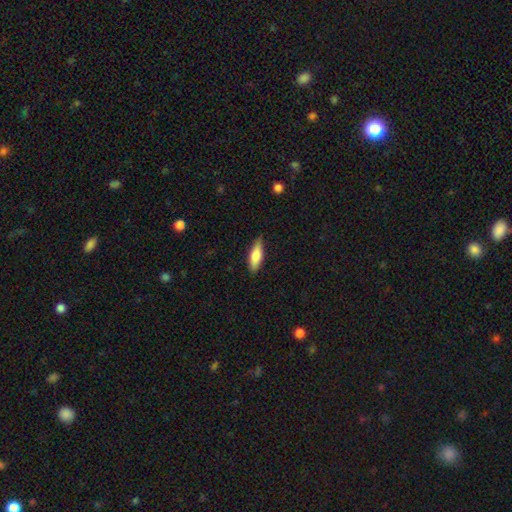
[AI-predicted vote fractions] smooth 75%, featured or disk 19%, star or artifact 6%. Down the decision tree: how rounded — in between (56%); merging — none (82%).